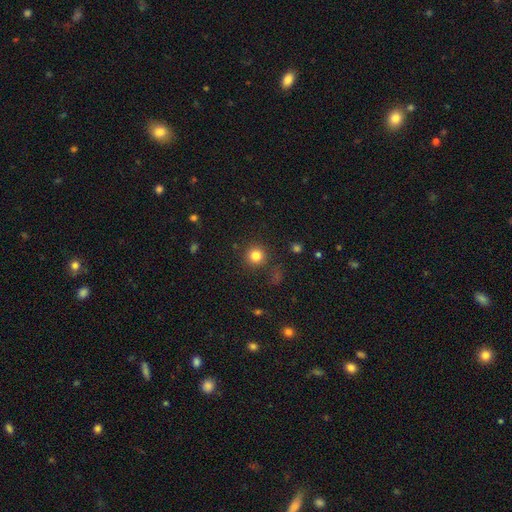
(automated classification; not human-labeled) Q: Smooth or featured?
A: smooth (82%); runner-up: star or artifact (13%)
Q: How rounded?
A: round (94%); runner-up: in between (5%)
Q: Merging?
A: none (87%); runner-up: minor disturbance (7%)